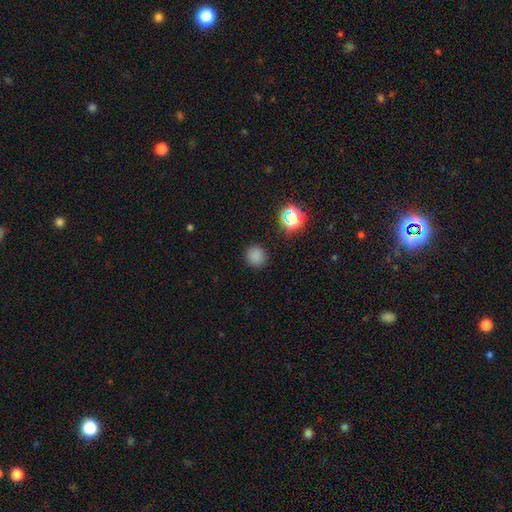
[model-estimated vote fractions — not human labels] smooth 79%, star or artifact 17%, featured or disk 4%. Down the decision tree: how rounded — round (89%); merging — none (87%).